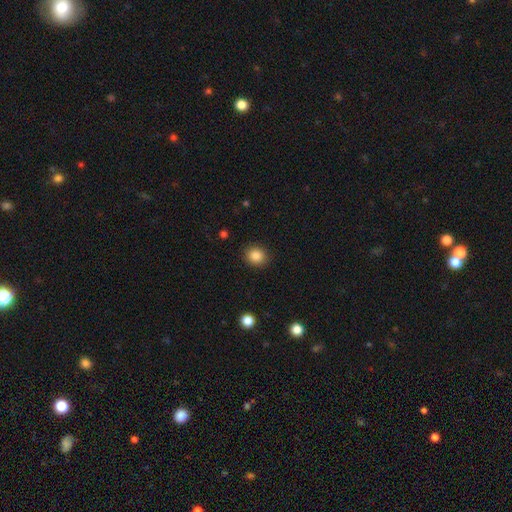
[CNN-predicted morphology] This appears to be a smooth galaxy with no disk features (86%) that is round (79%). Merging: none (89%).